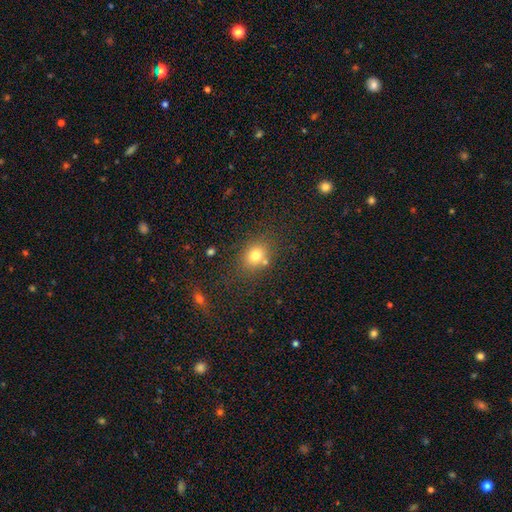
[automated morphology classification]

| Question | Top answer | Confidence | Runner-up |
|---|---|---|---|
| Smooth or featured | smooth | 75% | star or artifact (14%) |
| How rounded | round | 60% | in between (39%) |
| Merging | none | 68% | minor disturbance (13%) |